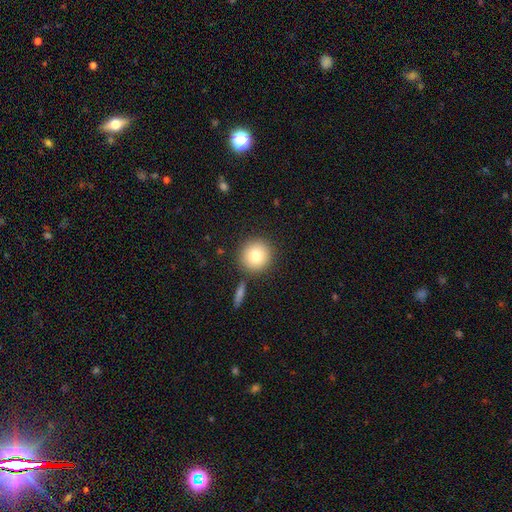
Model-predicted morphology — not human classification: smooth-or-featured: smooth: 80% | featured or disk: 11% | star or artifact: 9%
  how-rounded: round: 93% | in between: 6% | cigar-shaped: 1%
  merging: none: 83% | minor disturbance: 8% | merger: 6% | major disturbance: 3%